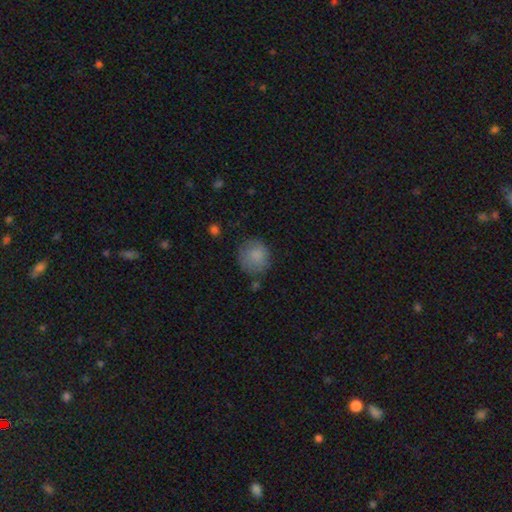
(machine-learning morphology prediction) A smooth galaxy with no disk features (84%) that is round (88%). Merging: none (72%).